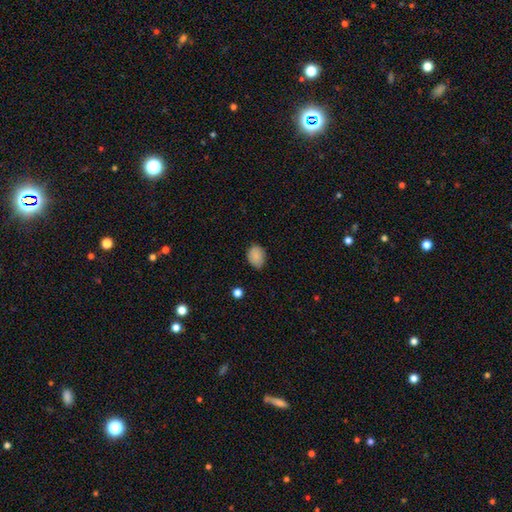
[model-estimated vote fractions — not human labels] A smooth galaxy with no disk features (85%) that is in between round and cigar-shaped (62%).

Vote fractions:
- Smooth or featured? smooth: 85% / star or artifact: 9% / featured or disk: 6%
- How rounded? in between: 62% / round: 37% / cigar-shaped: 1%
- Merging? none: 75% / minor disturbance: 21% / major disturbance: 3% / merger: 1%